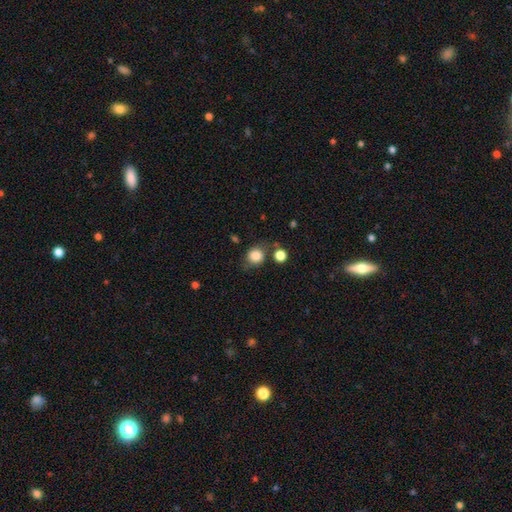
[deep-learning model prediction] Smooth or featured? smooth (83%)
How rounded? round (79%)
Merging? none (71%)